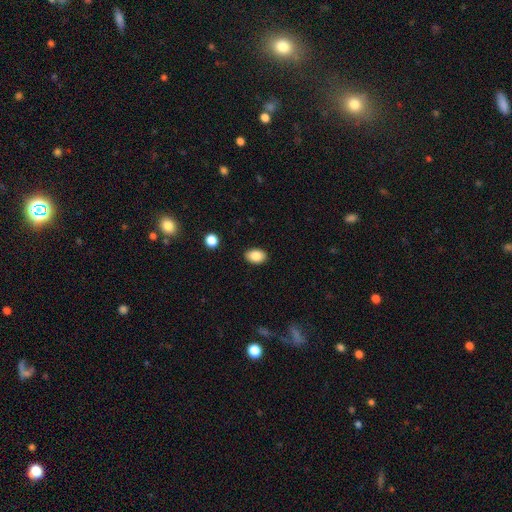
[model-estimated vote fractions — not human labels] smooth 87%, star or artifact 8%, featured or disk 5%. Down the decision tree: how rounded — in between (85%); merging — none (88%).